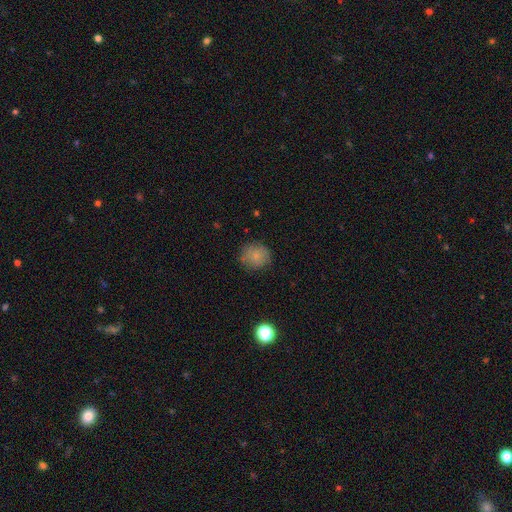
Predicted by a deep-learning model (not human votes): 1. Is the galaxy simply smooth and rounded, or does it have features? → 81% smooth, 10% featured or disk, 9% star or artifact.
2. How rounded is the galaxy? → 87% round, 12% in between, 1% cigar-shaped.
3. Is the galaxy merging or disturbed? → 81% none, 14% minor disturbance, 4% major disturbance, 1% merger.